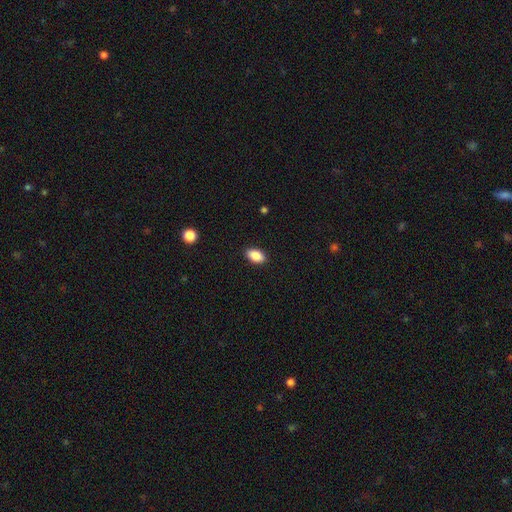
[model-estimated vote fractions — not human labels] smooth_or_featured: smooth (p=0.88) [alt: star or artifact p=0.08]
how_rounded: in between (p=0.92) [alt: round p=0.06]
merging: none (p=0.90) [alt: minor disturbance p=0.07]